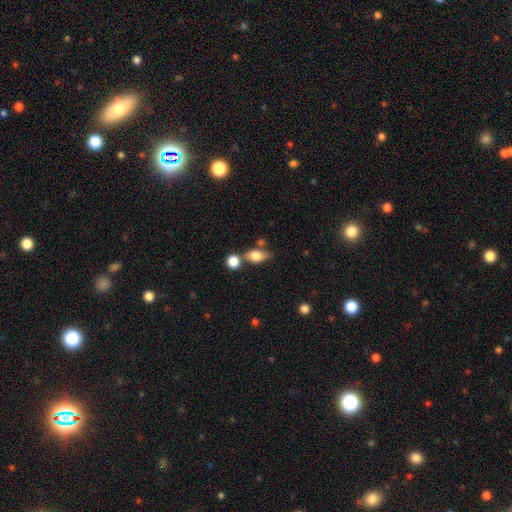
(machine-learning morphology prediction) Smooth or featured? smooth (79%)
How rounded? in between (79%)
Merging? none (50%)